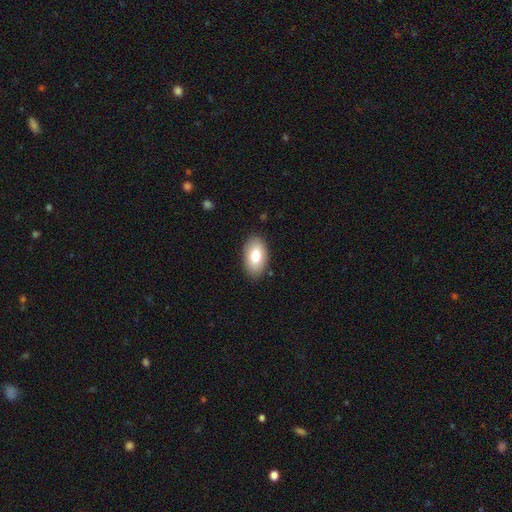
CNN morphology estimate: A smooth galaxy with no disk features (77%) that is in between round and cigar-shaped (93%). Merging: none (86%).